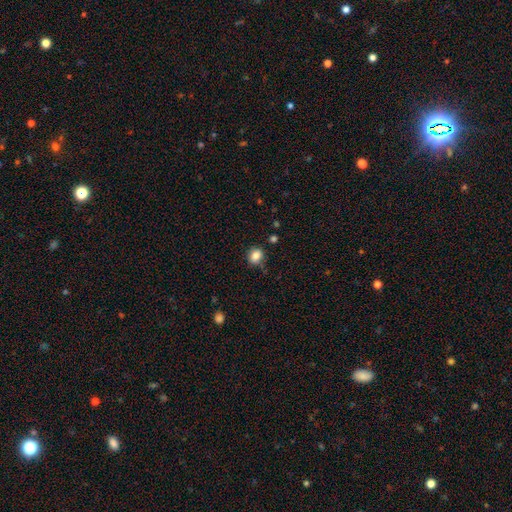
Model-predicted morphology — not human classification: Smooth or featured?
  - smooth: 85% *
  - star or artifact: 10%
  - featured or disk: 5%
How rounded?
  - round: 59% *
  - in between: 40%
  - cigar-shaped: 1%
Merging?
  - none: 79% *
  - minor disturbance: 15%
  - merger: 3%
  - major disturbance: 3%